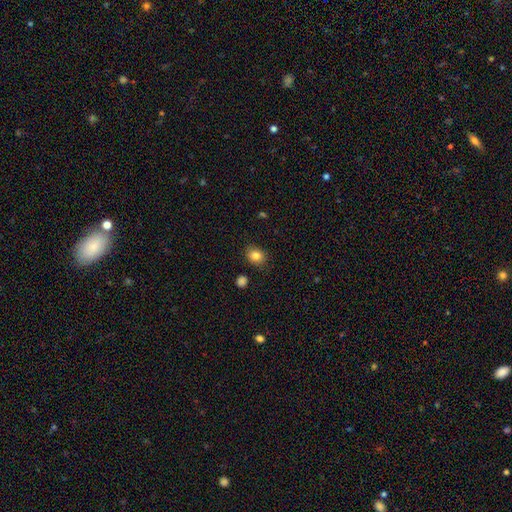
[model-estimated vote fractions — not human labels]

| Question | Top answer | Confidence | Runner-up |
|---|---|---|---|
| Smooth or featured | smooth | 84% | star or artifact (11%) |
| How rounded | round | 62% | in between (37%) |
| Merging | none | 85% | minor disturbance (10%) |